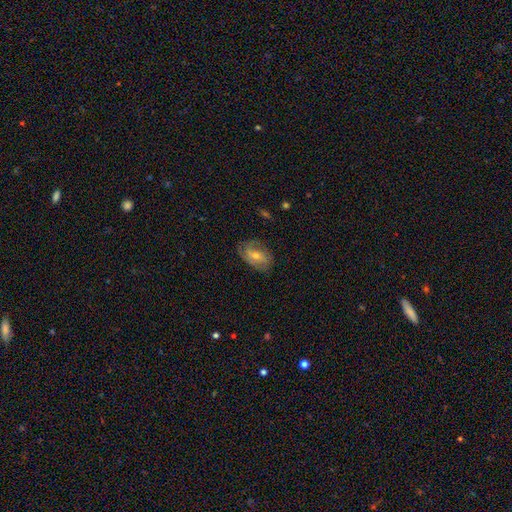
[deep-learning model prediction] The model was most divided on "smooth or featured": featured or disk: 53%, smooth: 39%, star or artifact: 8%. More confident: edge-on disk — no (94%); merging — none (66%).